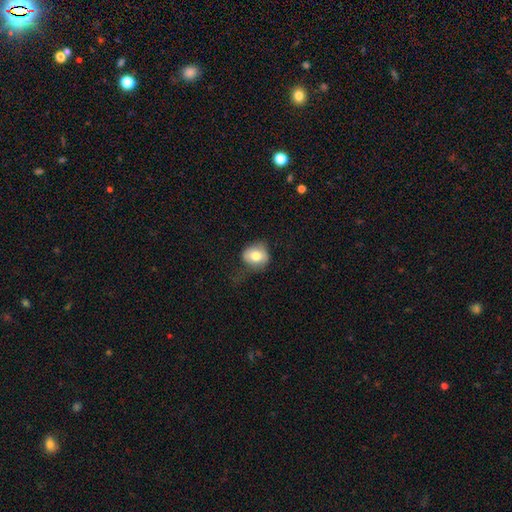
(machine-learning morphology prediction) Smooth or featured? Predicted: smooth (p=0.74). How rounded? Predicted: round (p=0.69). Merging? Predicted: none (p=0.53).